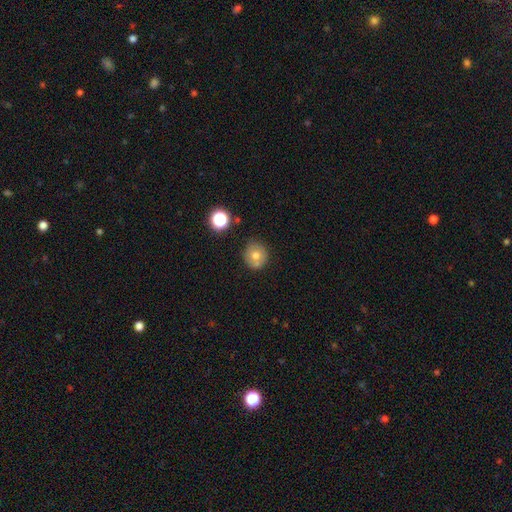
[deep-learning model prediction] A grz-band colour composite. It shows a smooth galaxy with no disk features (70%) that is round (87%). Merging: none (74%).